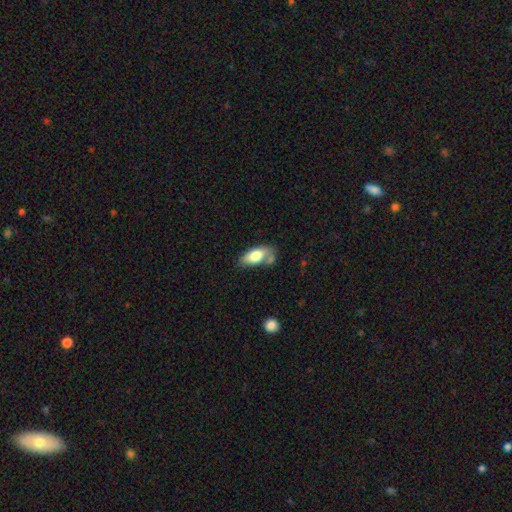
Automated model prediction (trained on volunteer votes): smooth_or_featured: smooth (p=0.74) [alt: featured or disk p=0.19]
how_rounded: in between (p=0.89) [alt: cigar-shaped p=0.08]
merging: none (p=0.49) [alt: minor disturbance p=0.25]